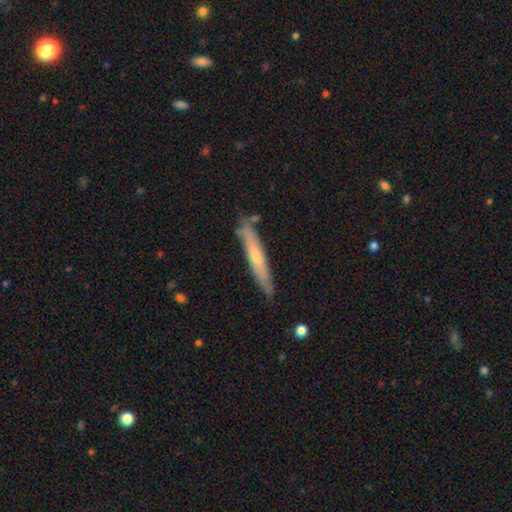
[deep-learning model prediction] Smooth or featured? featured or disk (48%)
Merging? none (82%)